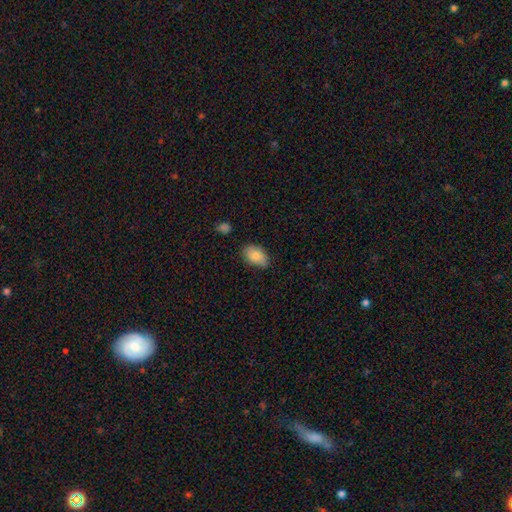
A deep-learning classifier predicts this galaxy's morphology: This appears to be a smooth galaxy with no disk features (85%) that is in between round and cigar-shaped (89%). Merging: none (71%).